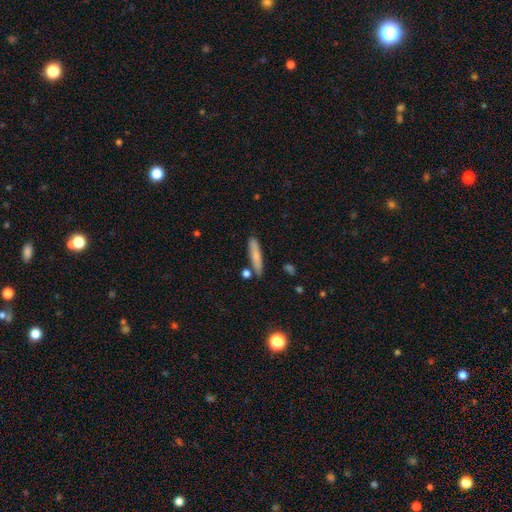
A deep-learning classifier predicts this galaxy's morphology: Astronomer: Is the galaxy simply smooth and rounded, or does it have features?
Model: smooth — 76%.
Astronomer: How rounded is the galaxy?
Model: cigar-shaped — 84%.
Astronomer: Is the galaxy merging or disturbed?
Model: none — 82%.